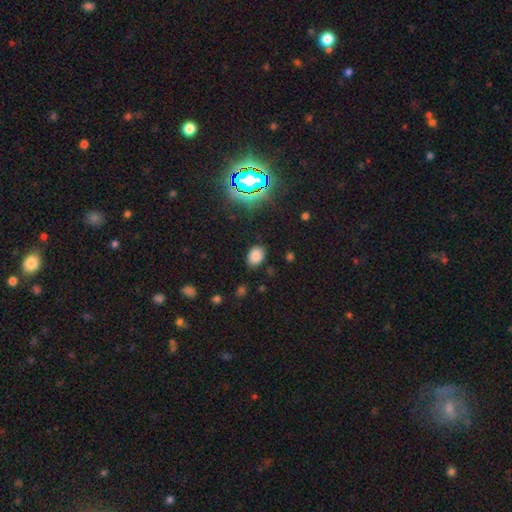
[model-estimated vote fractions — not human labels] A smooth galaxy with no disk features (78%) that is in between round and cigar-shaped (73%). Merging: none (82%).